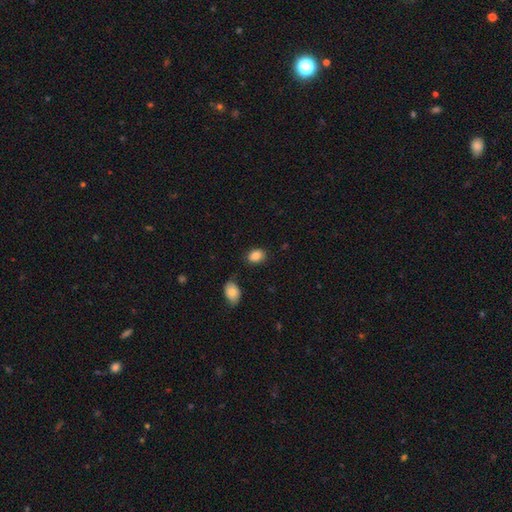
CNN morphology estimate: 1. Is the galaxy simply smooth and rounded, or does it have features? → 86% smooth, 8% star or artifact, 6% featured or disk.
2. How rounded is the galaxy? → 73% in between, 26% round, 1% cigar-shaped.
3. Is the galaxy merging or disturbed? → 81% none, 12% minor disturbance, 4% merger, 3% major disturbance.